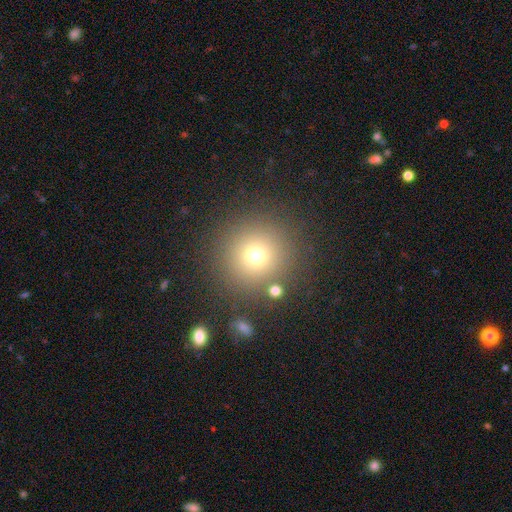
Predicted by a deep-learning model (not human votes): Overall: smooth (72%). How rounded: round (95%). Merging: none (86%).